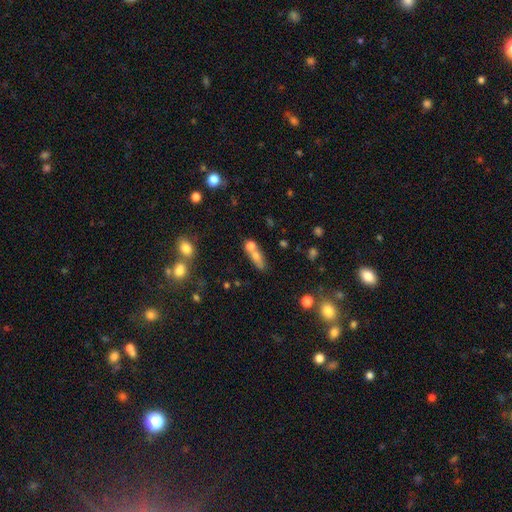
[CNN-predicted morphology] smooth 66%, featured or disk 21%, star or artifact 13%. Down the decision tree: how rounded — in between (54%); merging — merger (48%).